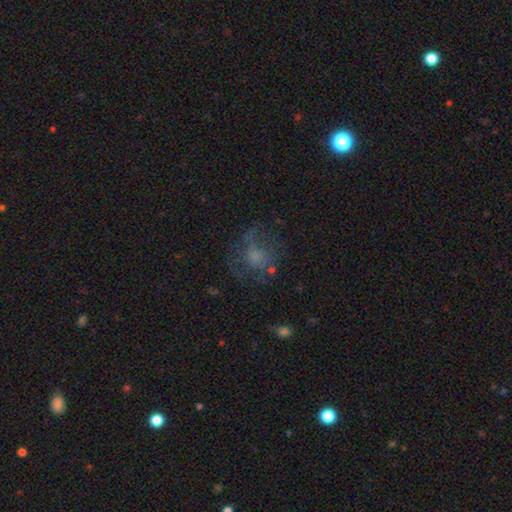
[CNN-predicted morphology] This is marginally a smooth galaxy (44%). Merging: possibly none (51%).